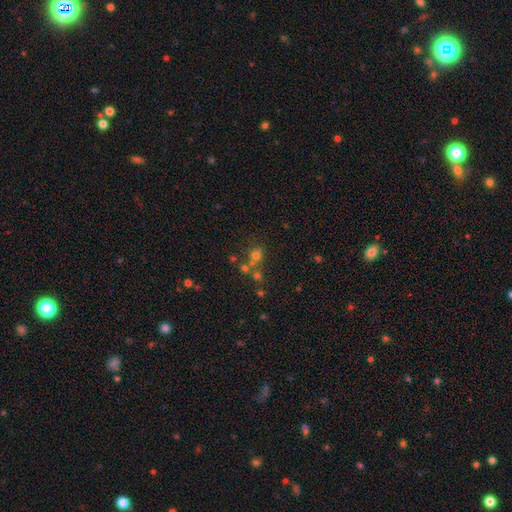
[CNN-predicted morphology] This is possibly a smooth galaxy (47%). Merging: possibly none (54%).